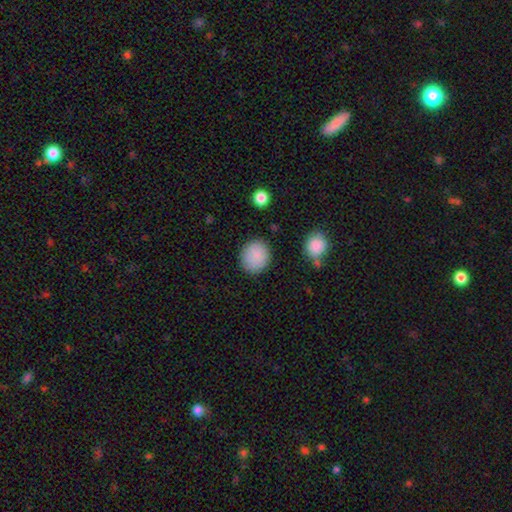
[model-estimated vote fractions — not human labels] Smooth or featured: smooth — 88% (star or artifact — 7%)
How rounded: round — 76% (in between — 23%)
Merging: none — 84% (minor disturbance — 10%)